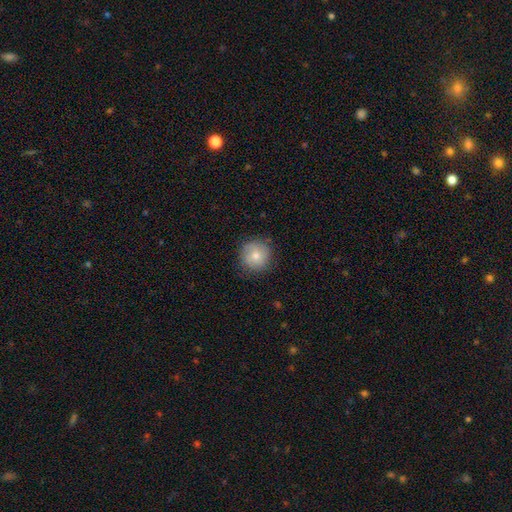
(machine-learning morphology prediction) A smooth galaxy with no disk features (69%) that is round (92%).

Vote fractions:
- Smooth or featured? smooth: 69% / featured or disk: 23% / star or artifact: 8%
- How rounded? round: 92% / in between: 7% / cigar-shaped: 1%
- Merging? none: 80% / minor disturbance: 15% / major disturbance: 4% / merger: 1%